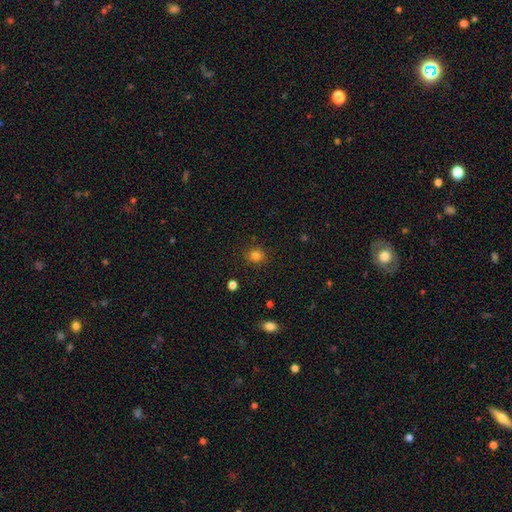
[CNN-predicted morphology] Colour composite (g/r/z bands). It shows a smooth galaxy with no disk features (82%) that is round (82%). Merging: none (88%).